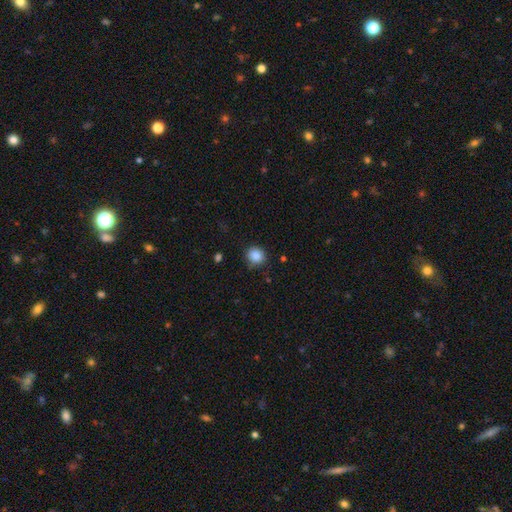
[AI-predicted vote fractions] A smooth galaxy with no disk features (87%) that is round (87%). Merging: none (82%).